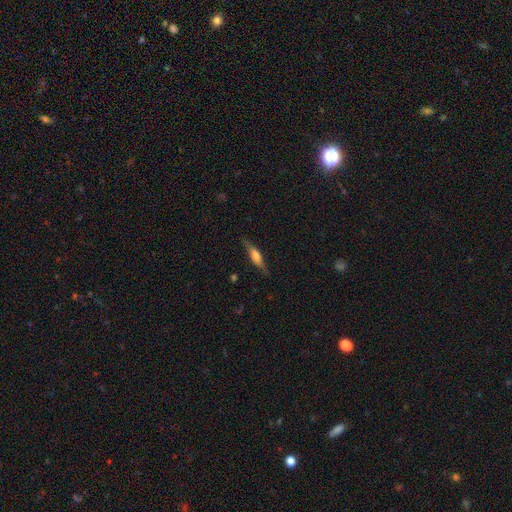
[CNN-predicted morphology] smooth_or_featured: featured or disk (p=0.56) [alt: smooth p=0.37]
disk_edge_on: yes (p=0.94) [alt: no p=0.06]
edge_on_bulge: rounded (p=0.63) [alt: boxy p=0.30]
merging: none (p=0.82) [alt: minor disturbance p=0.13]